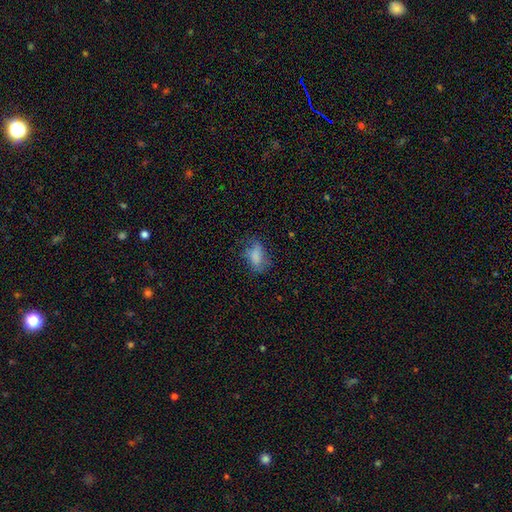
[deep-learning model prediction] A smooth galaxy with no disk features (75%) that is in between round and cigar-shaped (86%).

Vote fractions:
- Smooth or featured? smooth: 75% / featured or disk: 14% / star or artifact: 11%
- How rounded? in between: 86% / round: 9% / cigar-shaped: 5%
- Merging? none: 55% / minor disturbance: 26% / major disturbance: 17% / merger: 2%